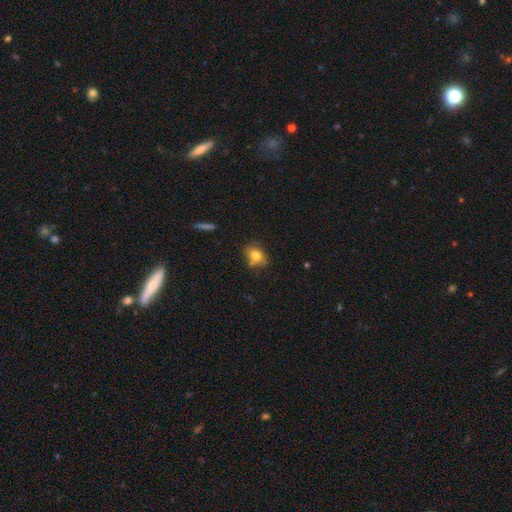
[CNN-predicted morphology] smooth 76%, featured or disk 14%, star or artifact 10%. Down the decision tree: how rounded — in between (59%); merging — none (62%).